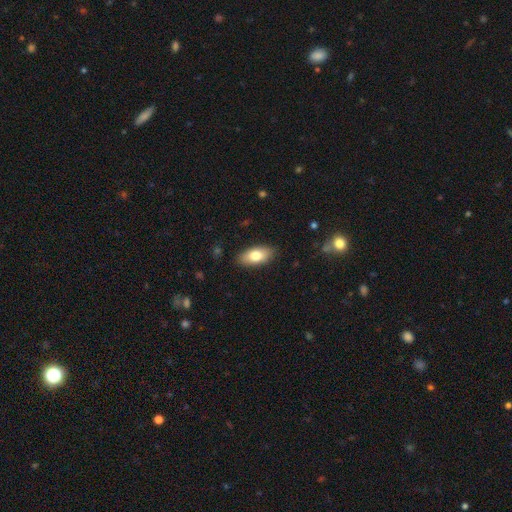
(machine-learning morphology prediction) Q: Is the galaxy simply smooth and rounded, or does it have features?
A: smooth — 77%.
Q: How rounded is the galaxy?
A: in between — 89%.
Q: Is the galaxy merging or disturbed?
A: none — 87%.